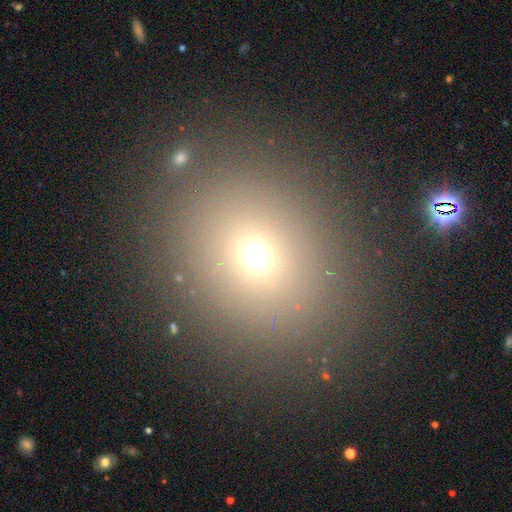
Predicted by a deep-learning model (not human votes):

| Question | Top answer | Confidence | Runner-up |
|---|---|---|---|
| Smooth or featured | smooth | 67% | star or artifact (22%) |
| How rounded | round | 69% | in between (30%) |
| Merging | none | 84% | minor disturbance (8%) |